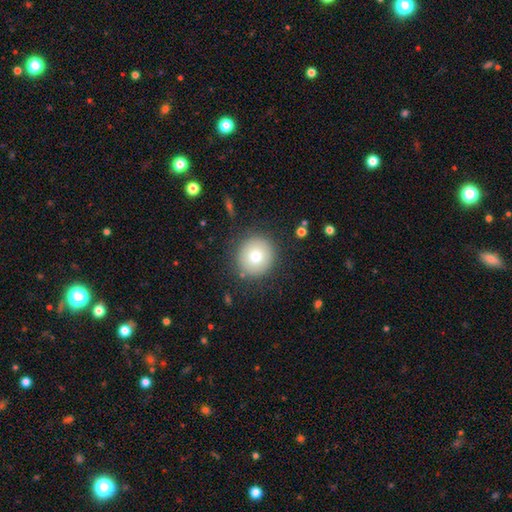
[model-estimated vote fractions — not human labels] Smooth or featured?
  - smooth: 75% *
  - featured or disk: 15%
  - star or artifact: 10%
How rounded?
  - round: 90% *
  - in between: 9%
  - cigar-shaped: 1%
Merging?
  - none: 87% *
  - minor disturbance: 8%
  - major disturbance: 3%
  - merger: 2%